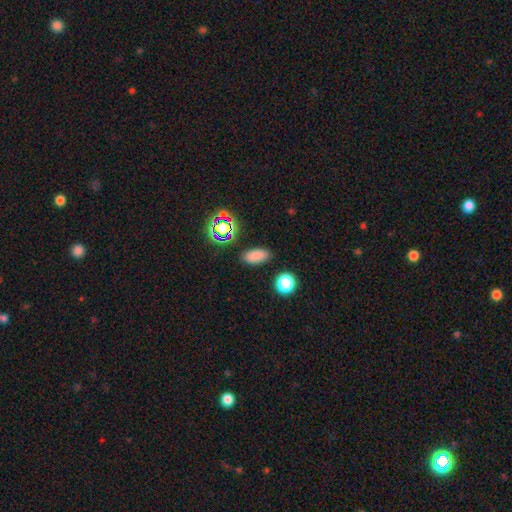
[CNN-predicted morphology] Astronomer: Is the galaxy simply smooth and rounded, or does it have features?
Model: smooth — 79%.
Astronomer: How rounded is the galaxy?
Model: in between — 88%.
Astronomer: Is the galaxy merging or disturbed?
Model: none — 86%.